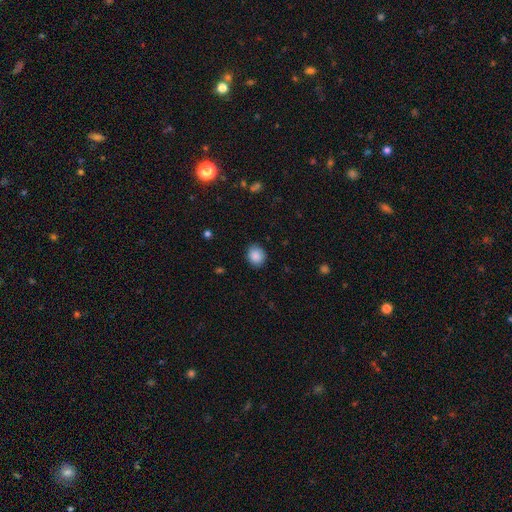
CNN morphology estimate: Smooth or featured?
  - smooth: 88% *
  - star or artifact: 9%
  - featured or disk: 3%
How rounded?
  - round: 72% *
  - in between: 27%
  - cigar-shaped: 1%
Merging?
  - none: 87% *
  - minor disturbance: 10%
  - major disturbance: 2%
  - merger: 1%